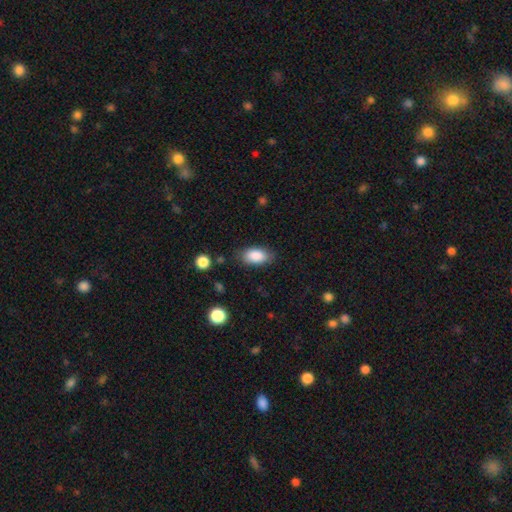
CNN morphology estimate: Smooth or featured: smooth — 88% (star or artifact — 7%)
How rounded: in between — 92% (round — 4%)
Merging: none — 81% (minor disturbance — 13%)